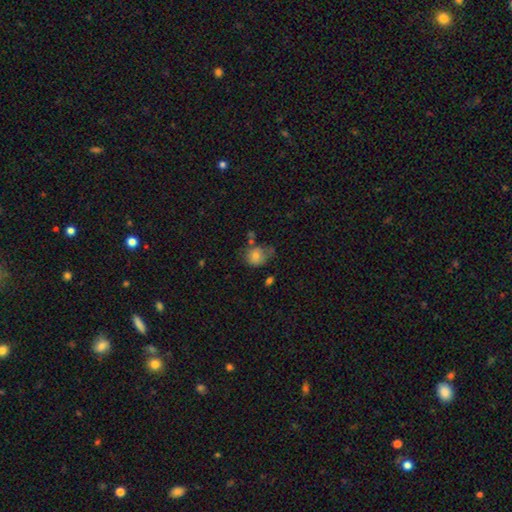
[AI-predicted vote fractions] The model was most divided on "merging": none: 53%, minor disturbance: 28%, major disturbance: 10%, merger: 9%. More confident: smooth or featured — smooth (76%); how rounded — round (69%).